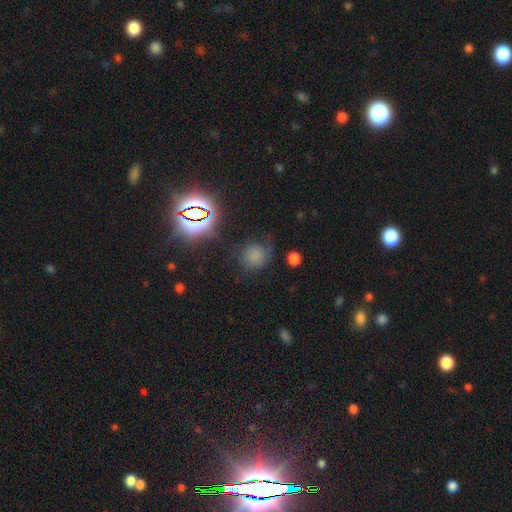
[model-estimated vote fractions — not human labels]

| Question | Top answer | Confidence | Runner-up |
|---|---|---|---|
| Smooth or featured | smooth | 66% | star or artifact (22%) |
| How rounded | round | 86% | in between (13%) |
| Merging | none | 61% | minor disturbance (21%) |